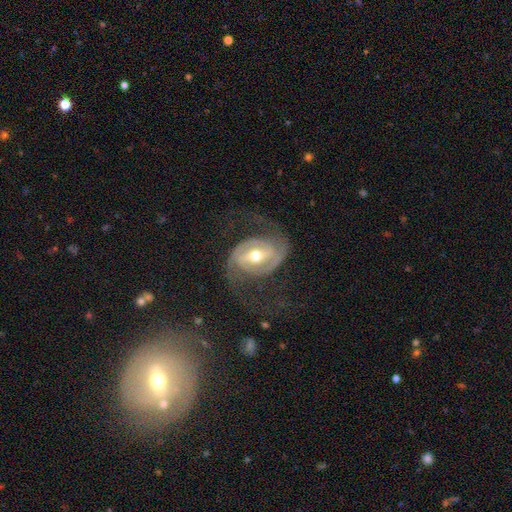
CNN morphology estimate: smooth-or-featured: featured or disk: 90% | smooth: 6% | star or artifact: 5%
  disk-edge-on: no: 97% | yes: 3%
    bar: strong: 51% | weak: 34% | no: 15%
    has-spiral-arms: yes: 96% | no: 4%
      spiral-winding: medium: 48% | loose: 34% | tight: 18%
      spiral-arm-count: 2: 92% | can't tell: 3% | 1: 2% | 3: 2% | 4: 1% | more than 4: 1%
    bulge-size: moderate: 71% | small: 22% | large: 5% | dominant: 1% | none: 1%
  merging: none: 70% | major disturbance: 15% | minor disturbance: 13% | merger: 1%